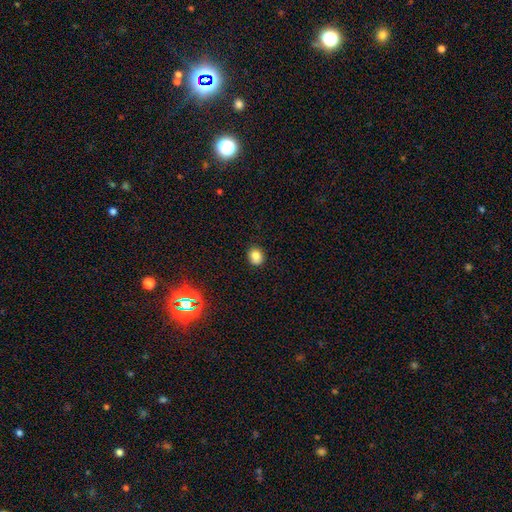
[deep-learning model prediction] Smooth or featured: smooth — 80% (star or artifact — 12%)
How rounded: round — 67% (in between — 32%)
Merging: none — 84% (minor disturbance — 12%)